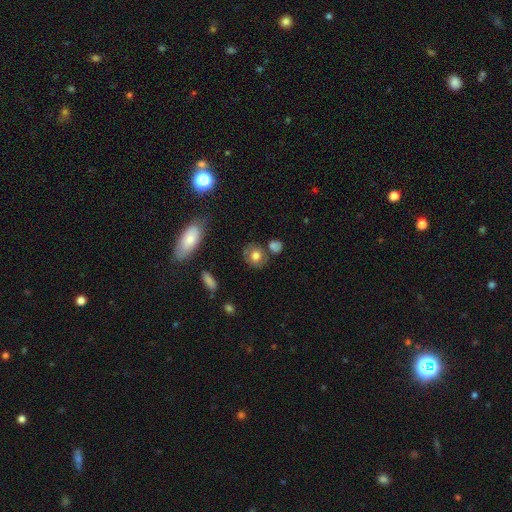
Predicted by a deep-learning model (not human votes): This is likely a smooth galaxy (72%). How rounded: likely round (64%). Merging: likely none (70%).